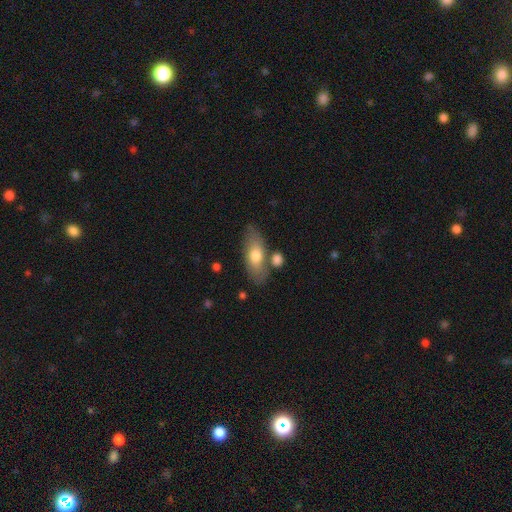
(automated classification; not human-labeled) smooth-or-featured: smooth: 69% | featured or disk: 25% | star or artifact: 6%
  how-rounded: in between: 78% | cigar-shaped: 18% | round: 4%
  merging: none: 69% | minor disturbance: 15% | merger: 12% | major disturbance: 4%